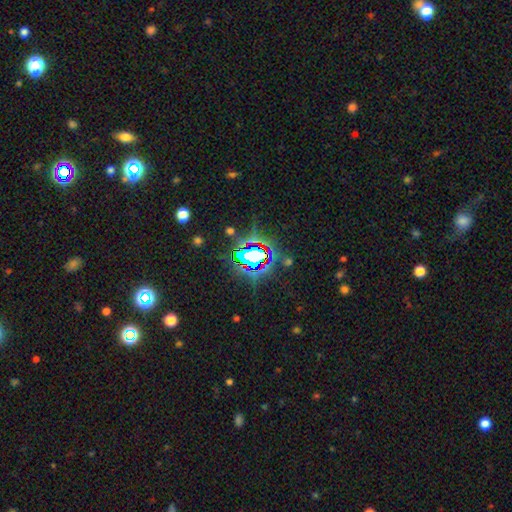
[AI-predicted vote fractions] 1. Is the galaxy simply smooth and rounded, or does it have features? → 74% star or artifact, 14% smooth, 12% featured or disk.